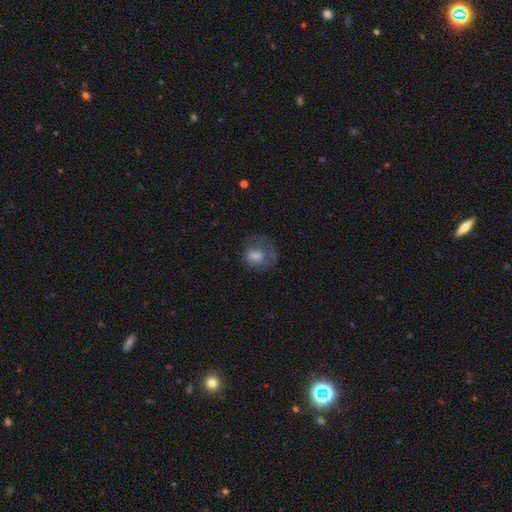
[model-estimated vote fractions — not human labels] smooth-or-featured: smooth: 56% | featured or disk: 30% | star or artifact: 15%
  how-rounded: round: 53% | in between: 45% | cigar-shaped: 2%
  merging: none: 45% | major disturbance: 31% | minor disturbance: 22% | merger: 2%